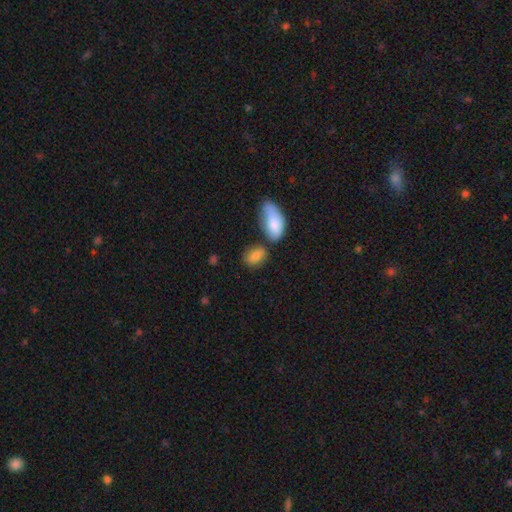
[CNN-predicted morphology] A smooth galaxy with no disk features (82%) that is in between round and cigar-shaped (81%). Merging: none (60%).